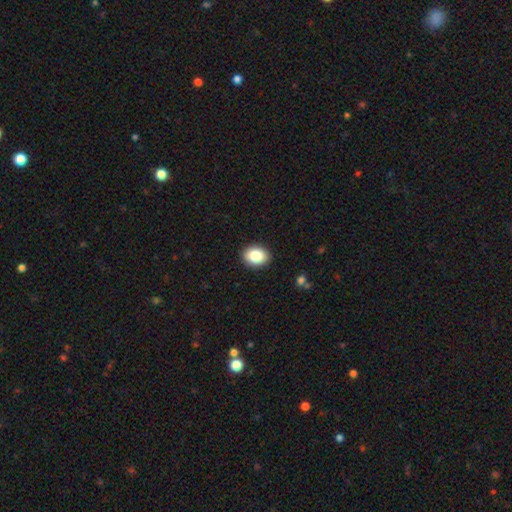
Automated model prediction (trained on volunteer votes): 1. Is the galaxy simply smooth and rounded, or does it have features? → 85% smooth, 8% star or artifact, 6% featured or disk.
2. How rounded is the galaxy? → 62% in between, 37% round, 1% cigar-shaped.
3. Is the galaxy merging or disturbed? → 91% none, 7% minor disturbance, 2% major disturbance, 1% merger.